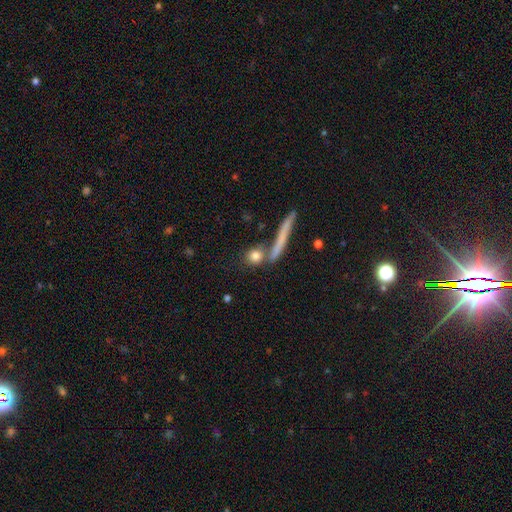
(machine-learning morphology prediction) Q: Smooth or featured?
A: smooth (76%); runner-up: featured or disk (14%)
Q: How rounded?
A: round (71%); runner-up: cigar-shaped (16%)
Q: Merging?
A: none (67%); runner-up: merger (18%)